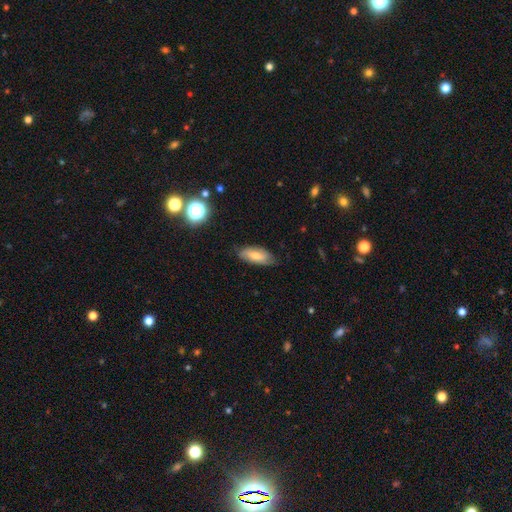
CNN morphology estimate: Q: Smooth or featured?
A: smooth (65%); runner-up: featured or disk (27%)
Q: How rounded?
A: in between (82%); runner-up: cigar-shaped (15%)
Q: Merging?
A: none (74%); runner-up: minor disturbance (21%)